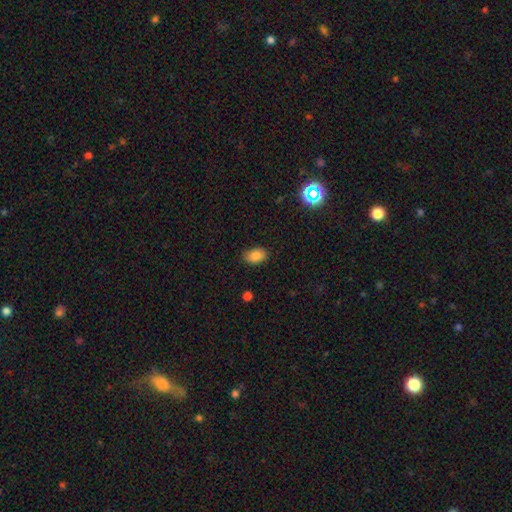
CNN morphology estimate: A smooth galaxy with no disk features (84%) that is in between round and cigar-shaped (87%).

Vote fractions:
- Smooth or featured? smooth: 84% / star or artifact: 10% / featured or disk: 6%
- How rounded? in between: 87% / round: 12% / cigar-shaped: 1%
- Merging? none: 86% / minor disturbance: 10% / major disturbance: 2% / merger: 1%